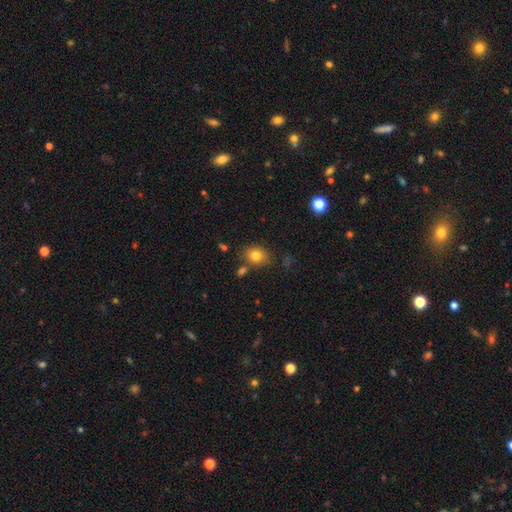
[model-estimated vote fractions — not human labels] smooth_or_featured: smooth (p=0.79) [alt: star or artifact p=0.12]
how_rounded: round (p=0.58) [alt: in between p=0.42]
merging: none (p=0.76) [alt: minor disturbance p=0.13]